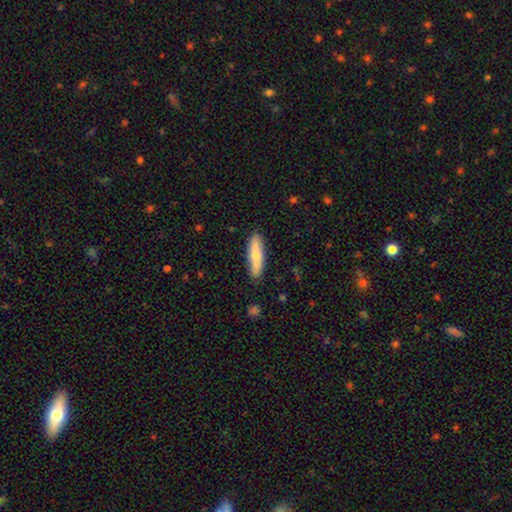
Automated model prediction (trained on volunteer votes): Smooth or featured: smooth — 64% (featured or disk — 31%)
How rounded: cigar-shaped — 76% (in between — 23%)
Merging: none — 87% (minor disturbance — 10%)